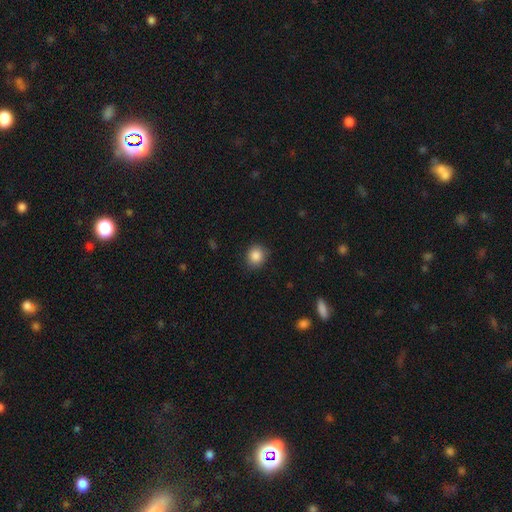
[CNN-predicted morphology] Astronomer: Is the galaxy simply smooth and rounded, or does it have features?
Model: smooth — 87%.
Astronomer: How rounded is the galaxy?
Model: round — 79%.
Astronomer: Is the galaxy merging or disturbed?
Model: none — 87%.